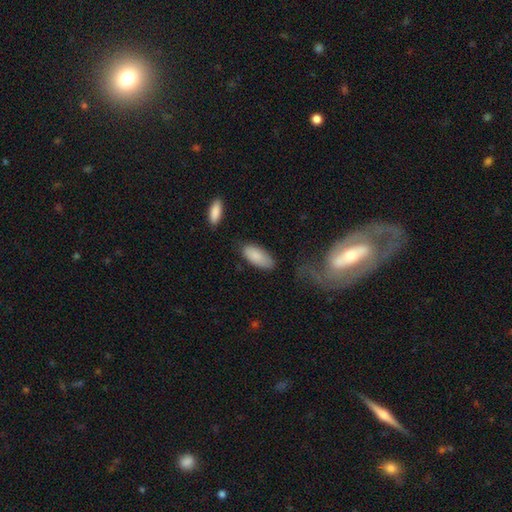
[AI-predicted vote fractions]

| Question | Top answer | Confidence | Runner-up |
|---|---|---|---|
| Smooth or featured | smooth | 87% | featured or disk (7%) |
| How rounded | in between | 86% | cigar-shaped (12%) |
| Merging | none | 74% | minor disturbance (19%) |